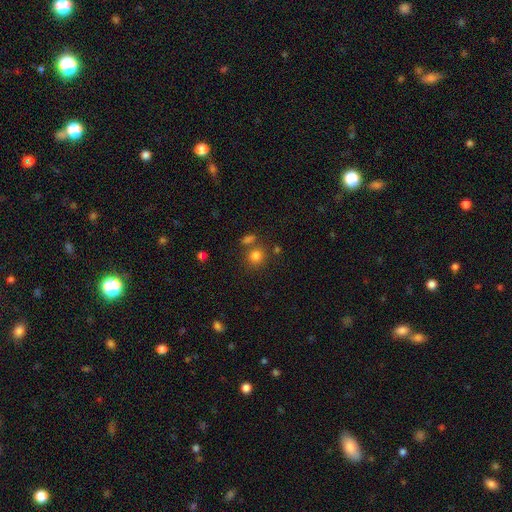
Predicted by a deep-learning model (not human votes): The model was most divided on "merging": none: 69%, merger: 17%, minor disturbance: 10%, major disturbance: 4%. More confident: how rounded — round (84%); smooth or featured — smooth (80%).